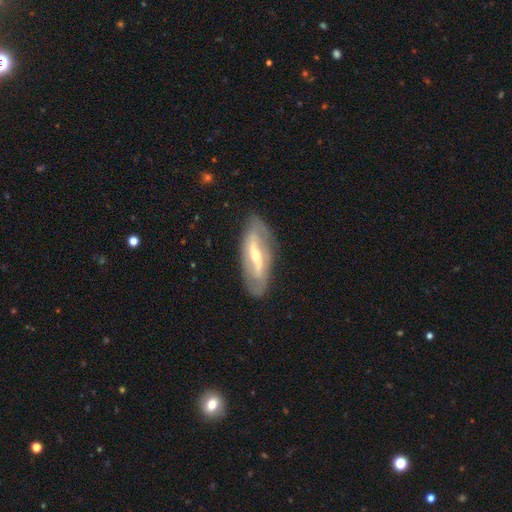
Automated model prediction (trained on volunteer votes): A featured or disk galaxy (77%) with a strong bar (58%), spiral arms (75%) and a moderate central bulge (49%).

Vote fractions:
- Smooth or featured? featured or disk: 77% / smooth: 17% / star or artifact: 5%
- Edge-on disk? no: 82% / yes: 18%
- Bar? strong: 58% / weak: 30% / no: 12%
- Spiral arms? yes: 75% / no: 25%
- Bulge size? moderate: 49% / small: 46% / large: 2% / none: 1% / dominant: 1%
- Merging? none: 82% / minor disturbance: 13% / major disturbance: 4% / merger: 1%